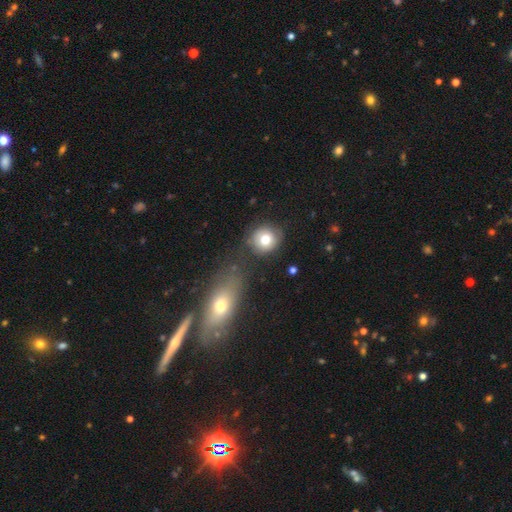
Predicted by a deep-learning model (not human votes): smooth-or-featured: smooth: 48% | featured or disk: 28% | star or artifact: 24%
  merging: none: 68% | merger: 15% | minor disturbance: 12% | major disturbance: 5%